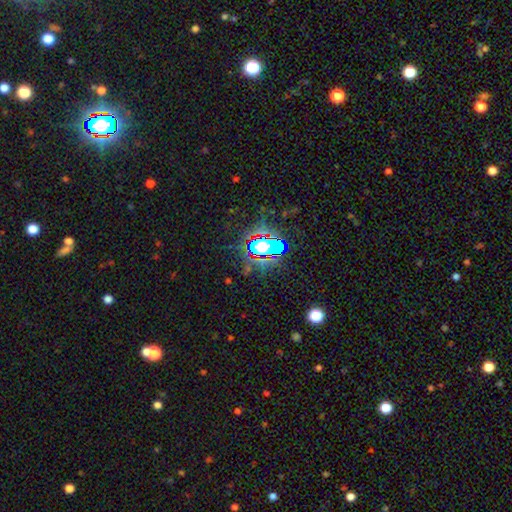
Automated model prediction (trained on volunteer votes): The model was most divided on "smooth or featured": star or artifact: 80%, smooth: 11%, featured or disk: 8%.